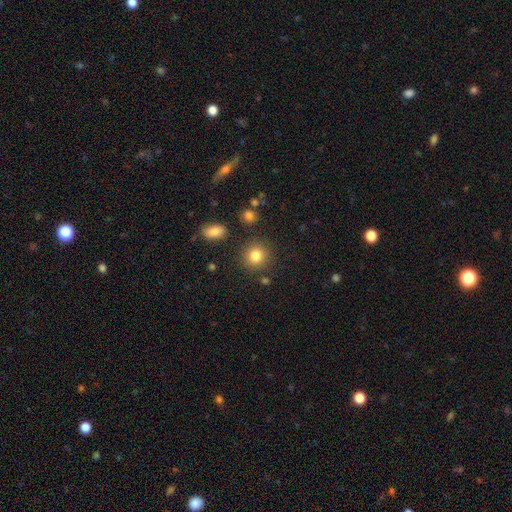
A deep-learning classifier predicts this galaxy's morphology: The model was most divided on "smooth or featured": smooth: 83%, star or artifact: 11%, featured or disk: 7%. More confident: how rounded — round (89%); merging — none (85%).